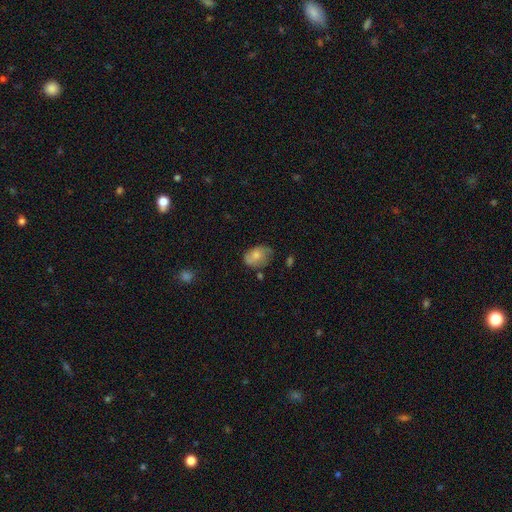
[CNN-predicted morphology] Smooth or featured?
  - smooth: 63% *
  - featured or disk: 29%
  - star or artifact: 8%
How rounded?
  - in between: 75% *
  - round: 24%
  - cigar-shaped: 1%
Merging?
  - none: 57% *
  - minor disturbance: 30%
  - major disturbance: 9%
  - merger: 4%